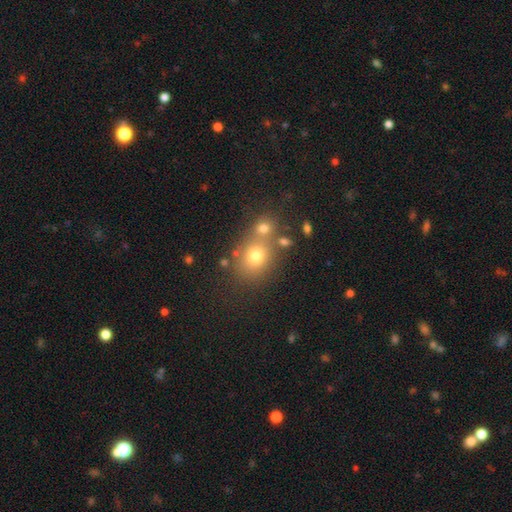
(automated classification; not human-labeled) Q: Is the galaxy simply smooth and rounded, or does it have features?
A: smooth — 69%.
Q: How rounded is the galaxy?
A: round — 65%.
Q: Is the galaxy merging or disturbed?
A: none — 54%.